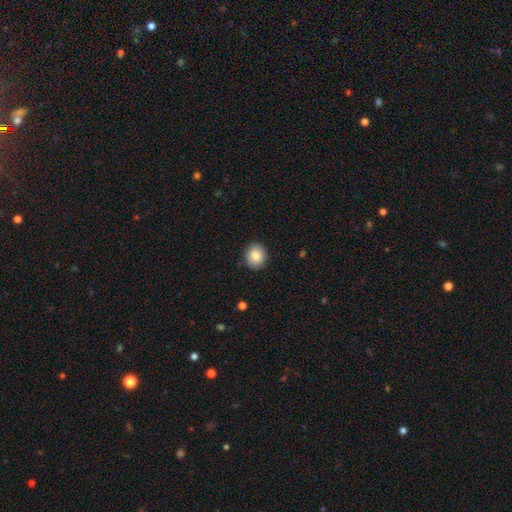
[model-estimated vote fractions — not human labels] The model was most divided on "how rounded": round: 77%, in between: 22%, cigar-shaped: 1%. More confident: merging — none (89%); smooth or featured — smooth (83%).